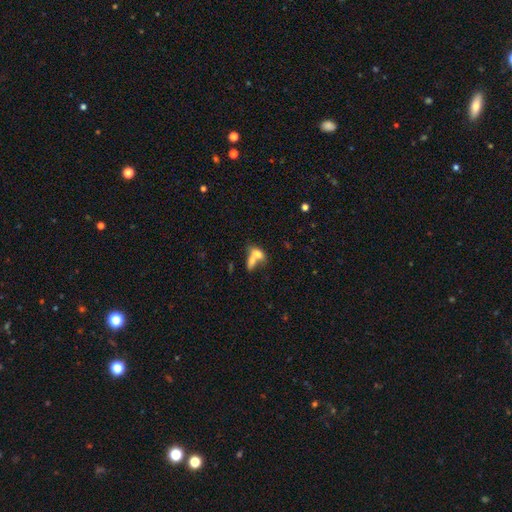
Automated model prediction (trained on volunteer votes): A smooth galaxy with no disk features (71%) that is in between round and cigar-shaped (79%). Merging: merger (64%).